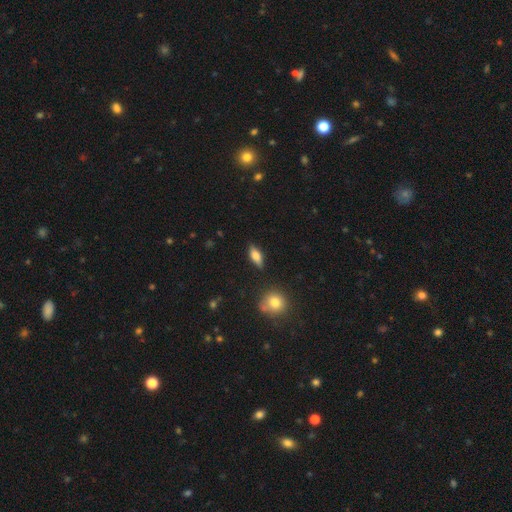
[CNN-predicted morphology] type=smooth (56%); roundness=in between (70%); merging=none (85%).